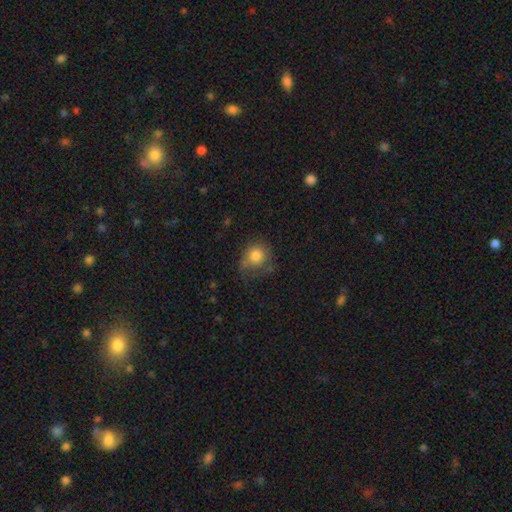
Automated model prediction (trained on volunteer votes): smooth-or-featured: smooth: 77% | featured or disk: 14% | star or artifact: 9%
  how-rounded: round: 79% | in between: 20% | cigar-shaped: 1%
  merging: none: 51% | minor disturbance: 30% | major disturbance: 17% | merger: 3%